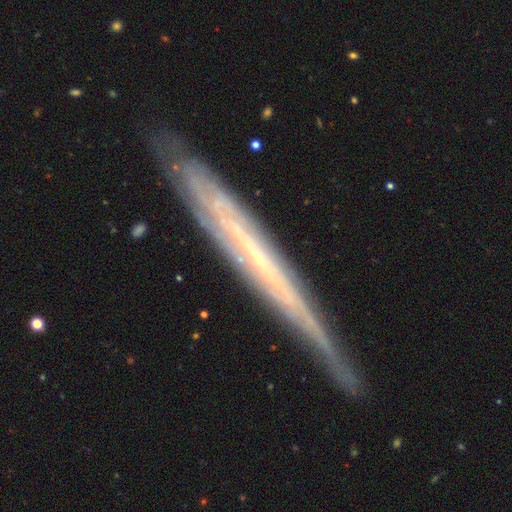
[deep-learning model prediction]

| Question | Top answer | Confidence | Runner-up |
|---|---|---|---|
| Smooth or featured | featured or disk | 75% | smooth (18%) |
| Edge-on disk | yes | 86% | no (14%) |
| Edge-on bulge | none | 86% | rounded (10%) |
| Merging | none | 78% | minor disturbance (17%) |